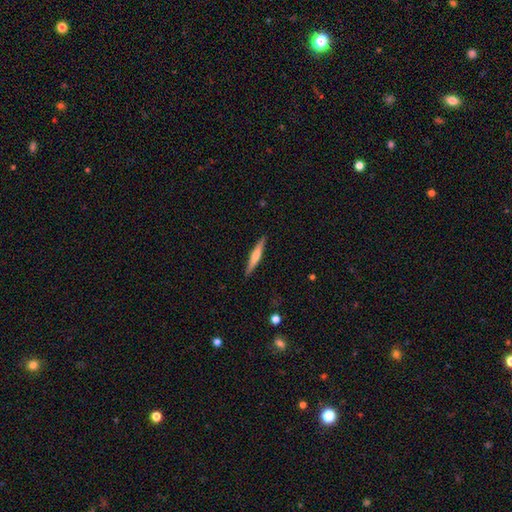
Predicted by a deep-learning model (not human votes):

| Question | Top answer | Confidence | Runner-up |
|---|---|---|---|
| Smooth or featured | smooth | 50% | featured or disk (44%) |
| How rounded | cigar-shaped | 93% | in between (5%) |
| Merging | none | 90% | minor disturbance (7%) |